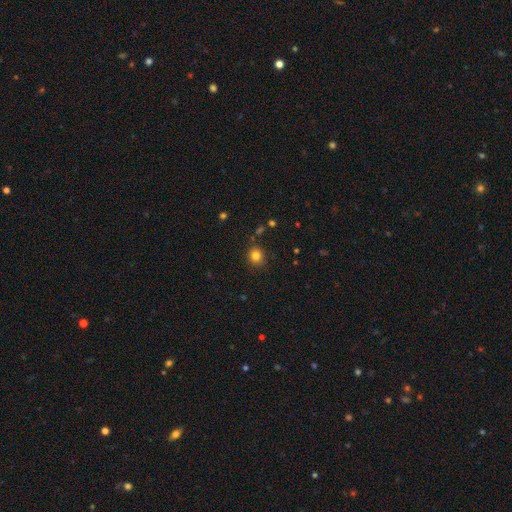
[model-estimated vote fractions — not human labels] Morphology: type=smooth (81%); roundness=round (85%); merging=none (85%).